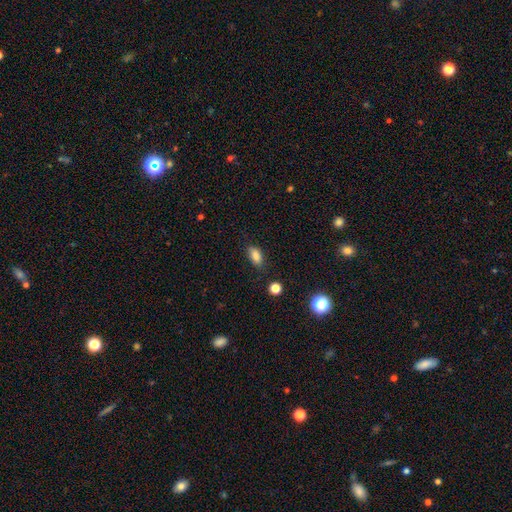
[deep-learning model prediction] A smooth galaxy with no disk features (85%) that is in between round and cigar-shaped (88%).

Vote fractions:
- Smooth or featured? smooth: 85% / star or artifact: 10% / featured or disk: 5%
- How rounded? in between: 88% / round: 6% / cigar-shaped: 6%
- Merging? none: 82% / minor disturbance: 13% / major disturbance: 3% / merger: 2%